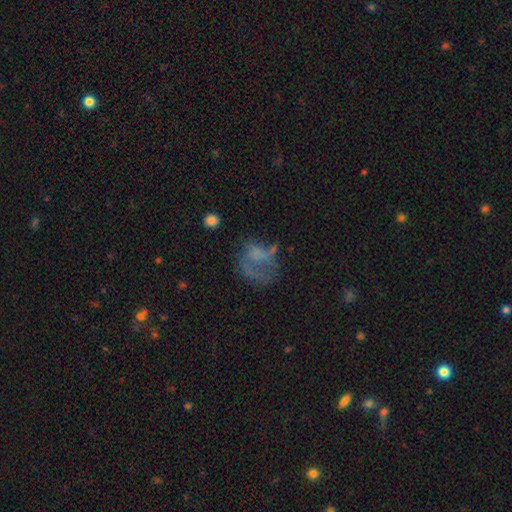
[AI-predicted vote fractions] A featured or disk galaxy (46%).

Vote fractions:
- Smooth or featured? featured or disk: 46% / smooth: 36% / star or artifact: 18%
- Merging? major disturbance: 44% / none: 31% / minor disturbance: 18% / merger: 7%